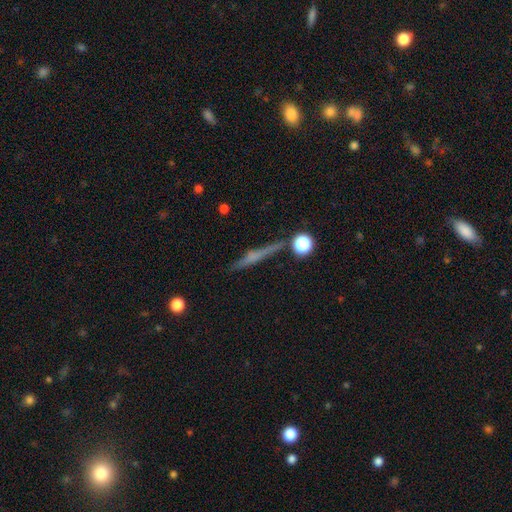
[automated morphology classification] Smooth or featured? featured or disk (56%)
Edge-on disk? yes (96%)
Edge-on bulge? none (42%)
Merging? none (84%)